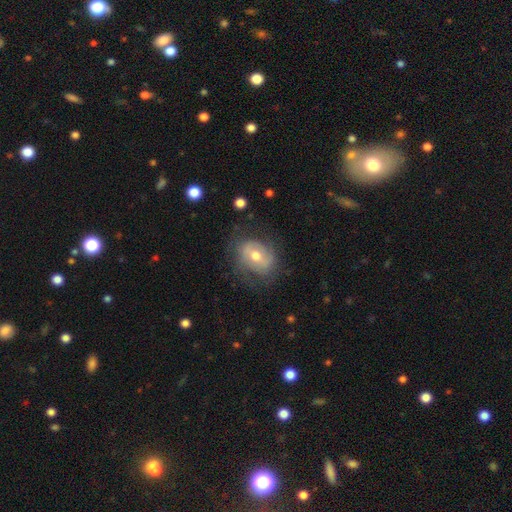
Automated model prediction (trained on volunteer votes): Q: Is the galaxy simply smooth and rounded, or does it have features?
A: featured or disk — 62%.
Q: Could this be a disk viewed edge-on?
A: no — 96%.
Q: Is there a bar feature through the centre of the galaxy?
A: weak — 43%.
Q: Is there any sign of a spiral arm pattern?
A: yes — 69%.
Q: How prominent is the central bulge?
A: moderate — 74%.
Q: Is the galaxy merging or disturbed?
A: none — 62%.